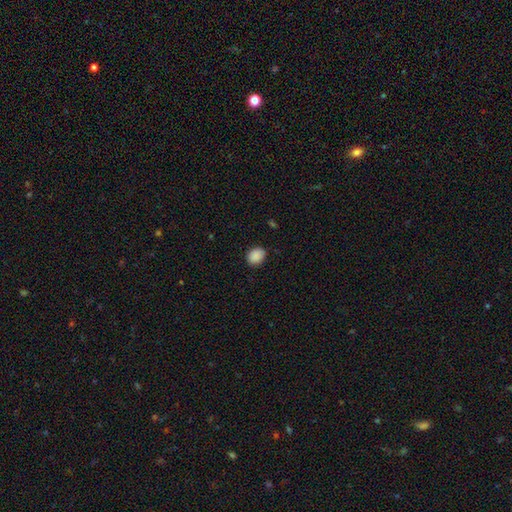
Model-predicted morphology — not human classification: Smooth or featured? Predicted: smooth (p=0.89). How rounded? Predicted: in between (p=0.56). Merging? Predicted: none (p=0.84).